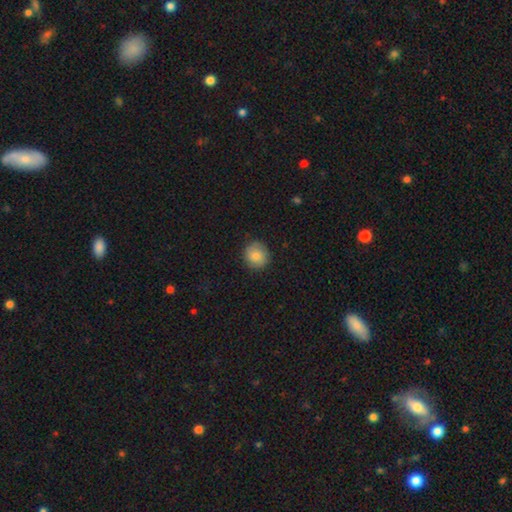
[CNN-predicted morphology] smooth_or_featured: smooth (p=0.83) [alt: featured or disk p=0.09]
how_rounded: round (p=0.89) [alt: in between p=0.10]
merging: none (p=0.87) [alt: minor disturbance p=0.10]